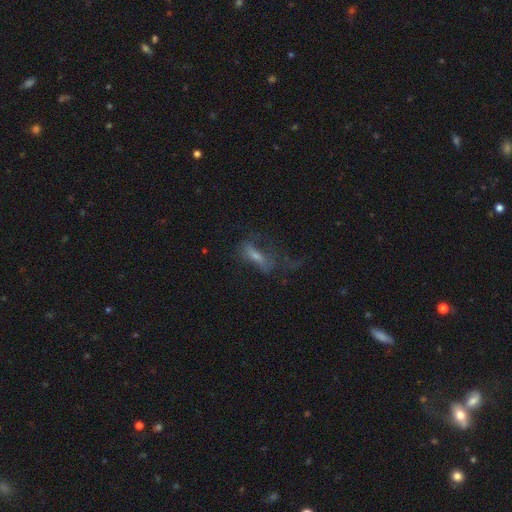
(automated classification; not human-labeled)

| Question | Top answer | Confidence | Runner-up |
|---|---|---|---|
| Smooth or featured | featured or disk | 43% | smooth (36%) |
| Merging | major disturbance | 42% | none (36%) |